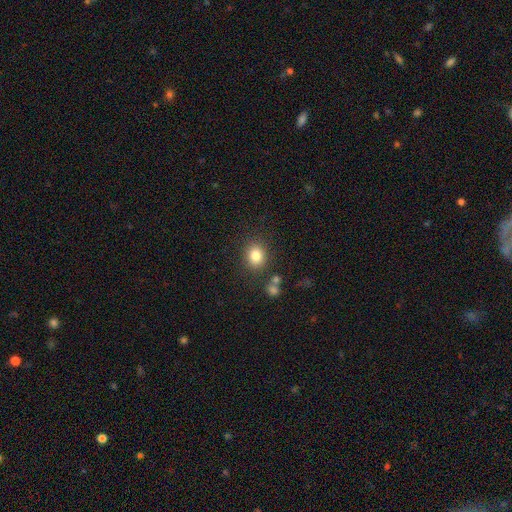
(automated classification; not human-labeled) smooth_or_featured: smooth (p=0.83) [alt: star or artifact p=0.11]
how_rounded: round (p=0.66) [alt: in between p=0.33]
merging: none (p=0.81) [alt: minor disturbance p=0.10]